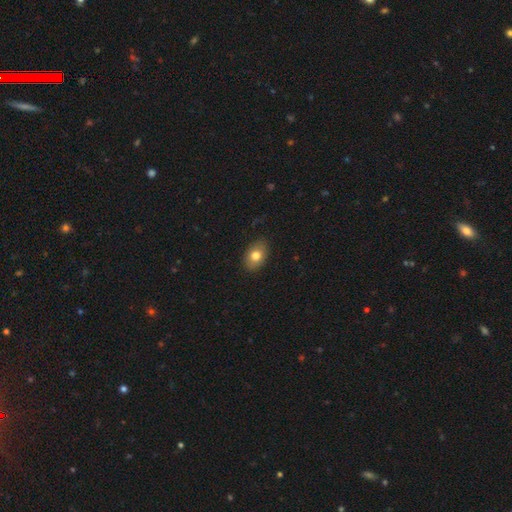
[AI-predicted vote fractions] smooth_or_featured: smooth (p=0.78) [alt: featured or disk p=0.13]
how_rounded: in between (p=0.82) [alt: round p=0.16]
merging: none (p=0.85) [alt: minor disturbance p=0.12]